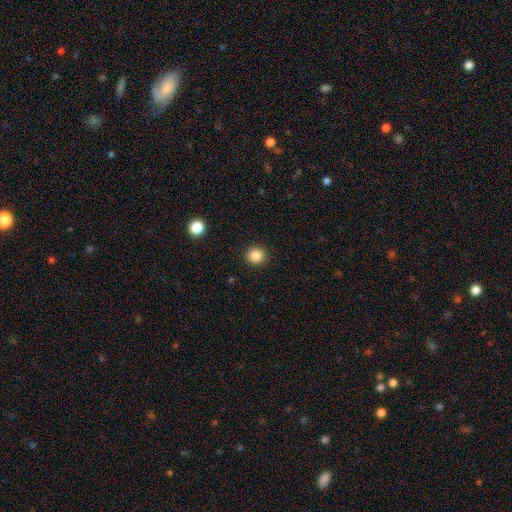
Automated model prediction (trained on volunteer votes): This appears to be a smooth galaxy with no disk features (85%) that is round (94%). Merging: none (92%).